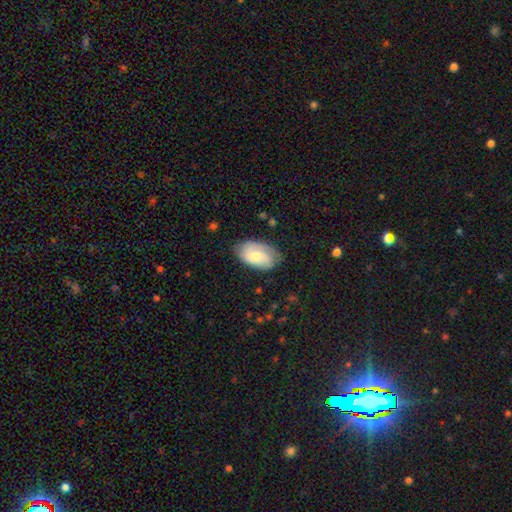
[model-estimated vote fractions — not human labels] Morphology: type=smooth (54%); roundness=in between (91%); merging=none (69%).